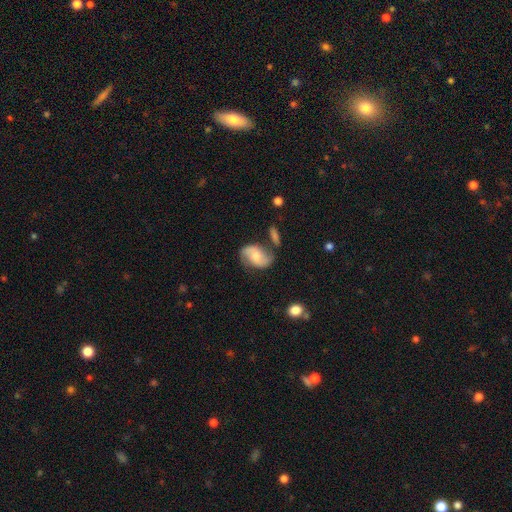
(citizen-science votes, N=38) Smooth or featured? 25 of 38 (66%) said featured or disk. Edge-on disk? 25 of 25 (100%) said no. Bar? 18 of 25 (72%) said no. Spiral arms? 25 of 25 (100%) said yes. Spiral winding? 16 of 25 (64%) said loose. Spiral arm count? 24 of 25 (96%) said 2. Bulge size? 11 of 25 (44%, tied with small) said moderate. Merging? 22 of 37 (59%) said none.